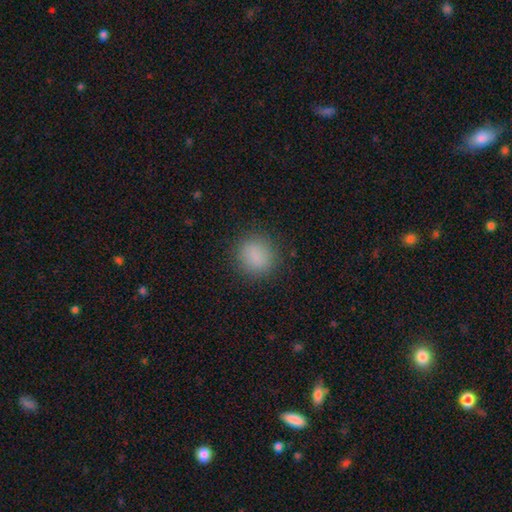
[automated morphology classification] Q: Smooth or featured?
A: smooth (86%); runner-up: star or artifact (9%)
Q: How rounded?
A: round (80%); runner-up: in between (19%)
Q: Merging?
A: none (87%); runner-up: minor disturbance (8%)